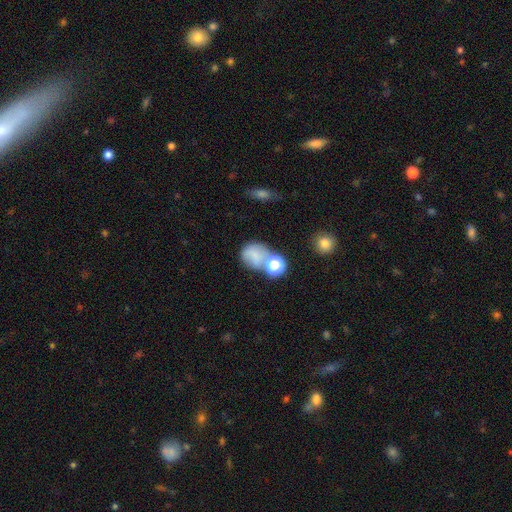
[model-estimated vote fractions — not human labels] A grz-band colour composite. It shows a smooth galaxy with no disk features (70%) that is round (66%). Merging: none (42%).